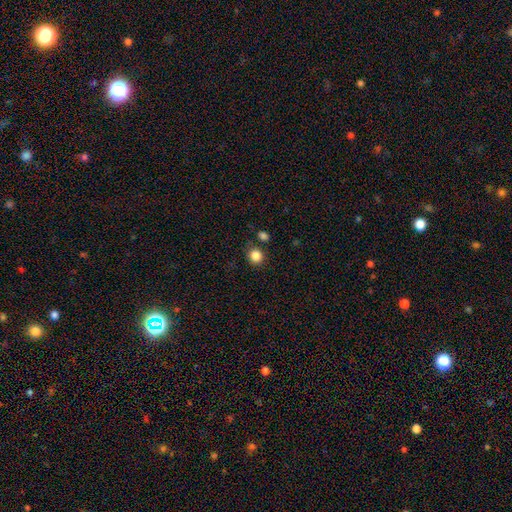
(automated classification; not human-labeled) Smooth or featured: smooth — 85% (star or artifact — 11%)
How rounded: round — 88% (in between — 11%)
Merging: none — 82% (minor disturbance — 9%)